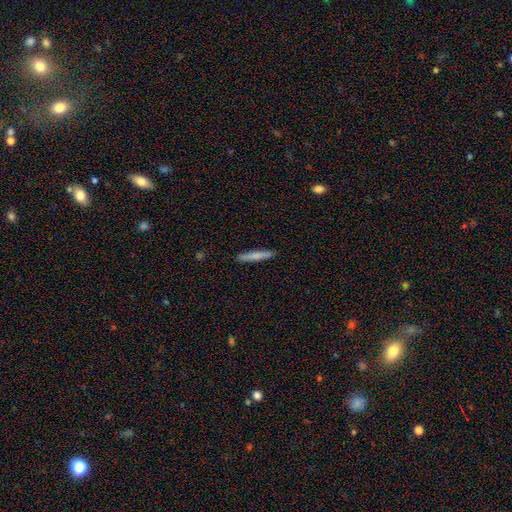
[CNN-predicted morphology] smooth_or_featured: smooth (p=0.73) [alt: featured or disk p=0.21]
how_rounded: cigar-shaped (p=0.94) [alt: in between p=0.05]
merging: none (p=0.91) [alt: minor disturbance p=0.07]